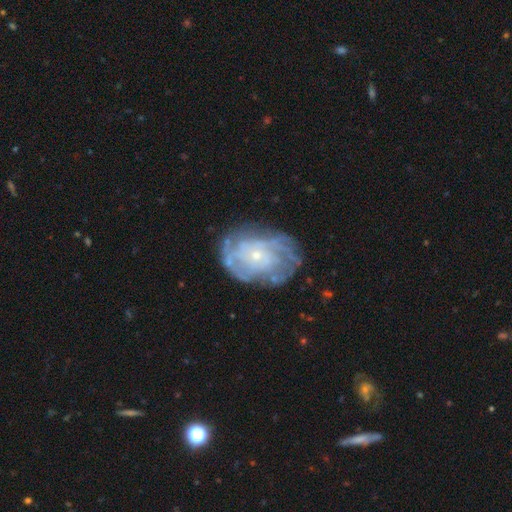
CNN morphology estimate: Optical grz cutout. It shows a featured or disk galaxy (79%) with no bar (80%), tight (61%) spiral arms (84%) and a small central bulge (76%). Merging: none (67%).